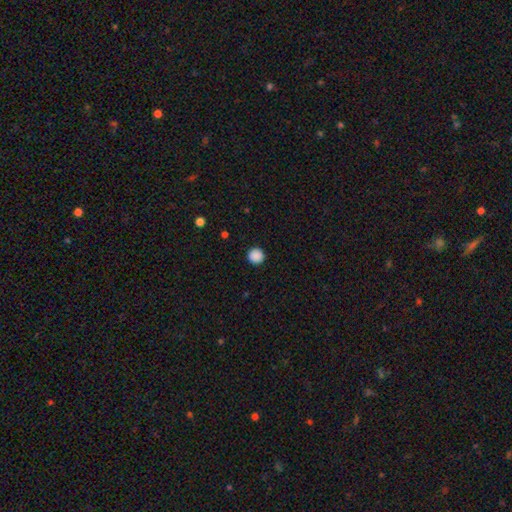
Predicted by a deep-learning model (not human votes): The model was most divided on "smooth or featured": smooth: 89%, star or artifact: 9%, featured or disk: 2%. More confident: how rounded — round (95%); merging — none (93%).